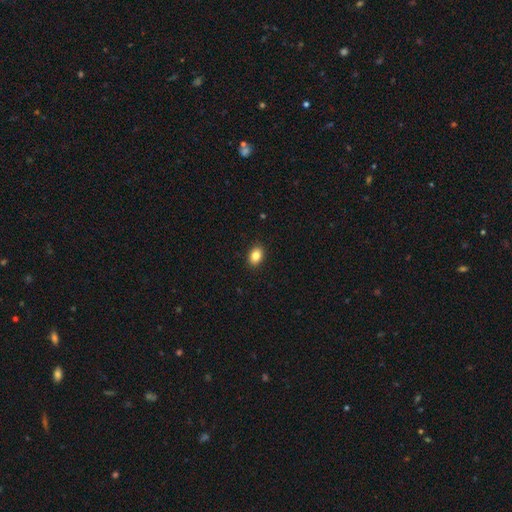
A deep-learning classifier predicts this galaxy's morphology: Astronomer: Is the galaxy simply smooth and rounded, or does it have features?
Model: smooth — 85%.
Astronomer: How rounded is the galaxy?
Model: in between — 78%.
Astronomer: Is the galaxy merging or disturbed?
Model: none — 90%.